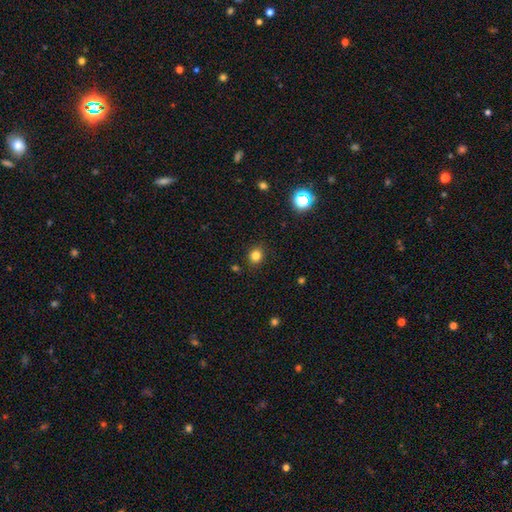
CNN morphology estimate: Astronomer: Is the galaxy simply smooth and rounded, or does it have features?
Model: smooth — 81%.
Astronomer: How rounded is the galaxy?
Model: round — 81%.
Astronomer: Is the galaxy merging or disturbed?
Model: none — 88%.